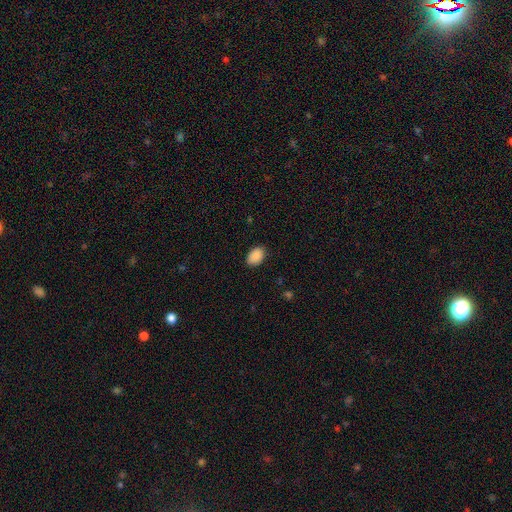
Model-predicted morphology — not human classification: Smooth or featured: smooth — 89% (star or artifact — 7%)
How rounded: in between — 84% (round — 15%)
Merging: none — 86% (minor disturbance — 11%)